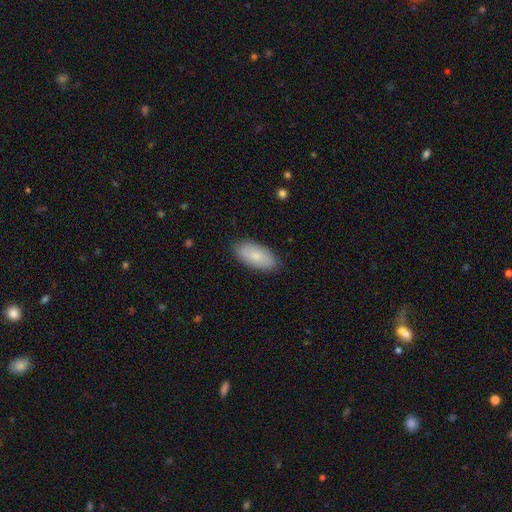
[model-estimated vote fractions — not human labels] Smooth or featured: smooth — 78% (featured or disk — 16%)
How rounded: in between — 93% (cigar-shaped — 5%)
Merging: none — 87% (minor disturbance — 10%)